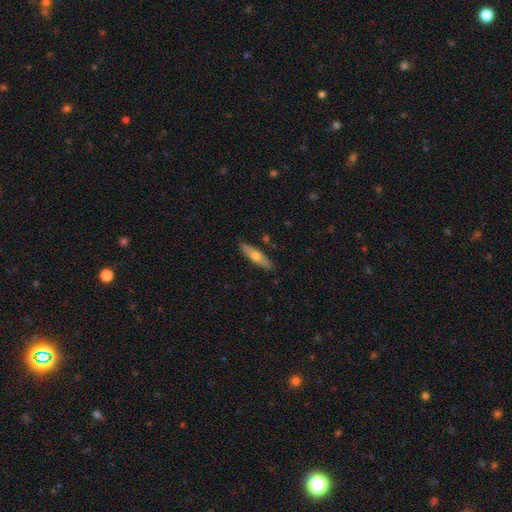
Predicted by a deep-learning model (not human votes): Smooth or featured? Predicted: smooth (p=0.56). How rounded? Predicted: cigar-shaped (p=0.69). Merging? Predicted: none (p=0.87).